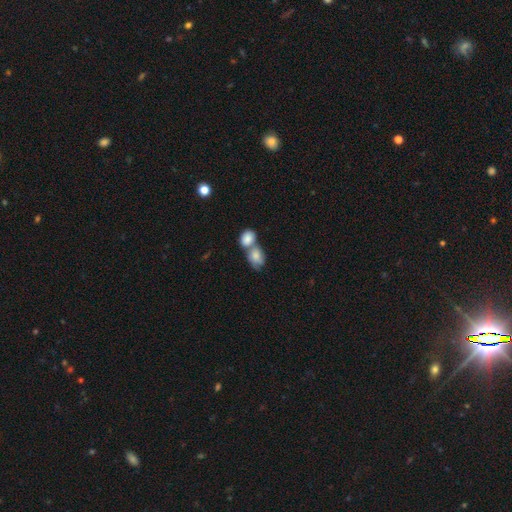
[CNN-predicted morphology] This is likely a smooth galaxy (79%). How rounded: likely in between (69%). Merging: likely merger (69%).